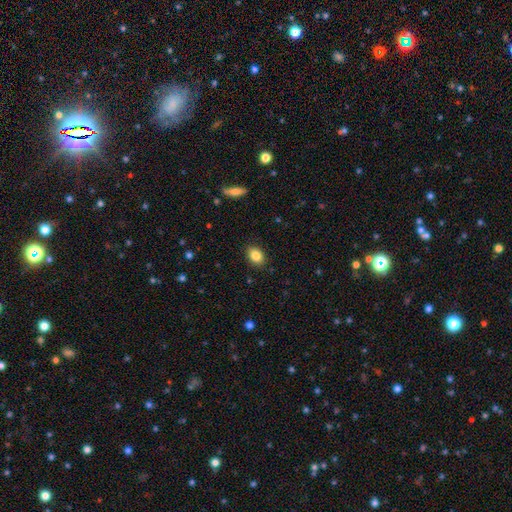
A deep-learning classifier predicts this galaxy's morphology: Overall: smooth (86%). How rounded: in between (72%). Merging: none (88%).